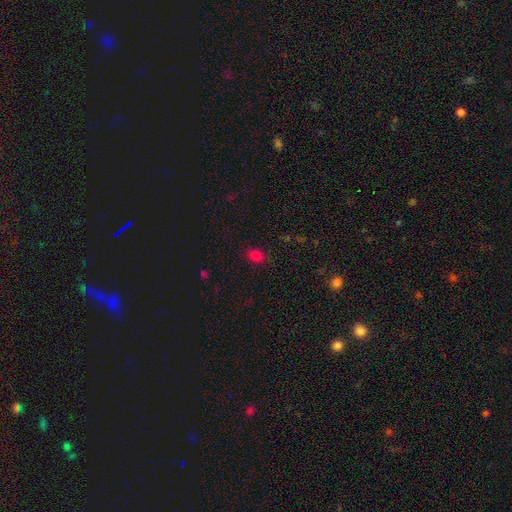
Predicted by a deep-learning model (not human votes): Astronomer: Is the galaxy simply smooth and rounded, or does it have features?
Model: smooth — 78%.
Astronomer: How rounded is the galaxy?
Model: in between — 53% (runner-up: round, 46%).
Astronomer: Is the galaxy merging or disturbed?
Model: none — 83%.